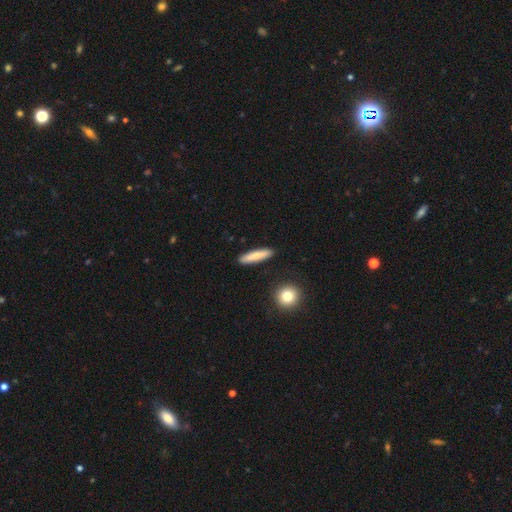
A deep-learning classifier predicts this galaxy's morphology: This is likely a smooth galaxy (72%). How rounded: clearly cigar-shaped (84%). Merging: clearly none (90%).